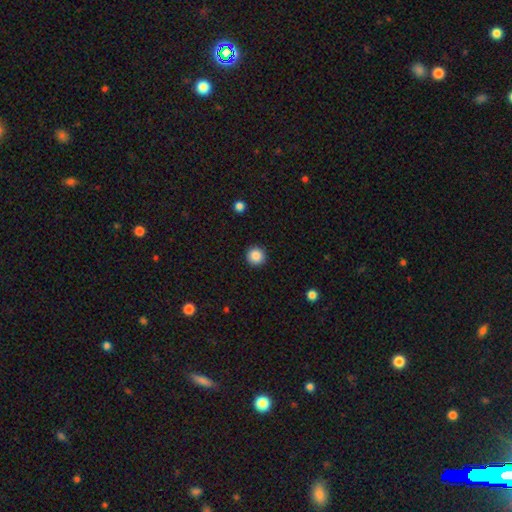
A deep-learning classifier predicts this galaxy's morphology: A smooth galaxy with no disk features (87%) that is round (96%).

Vote fractions:
- Smooth or featured? smooth: 87% / star or artifact: 9% / featured or disk: 4%
- How rounded? round: 96% / in between: 3% / cigar-shaped: 1%
- Merging? none: 92% / minor disturbance: 5% / major disturbance: 2% / merger: 1%